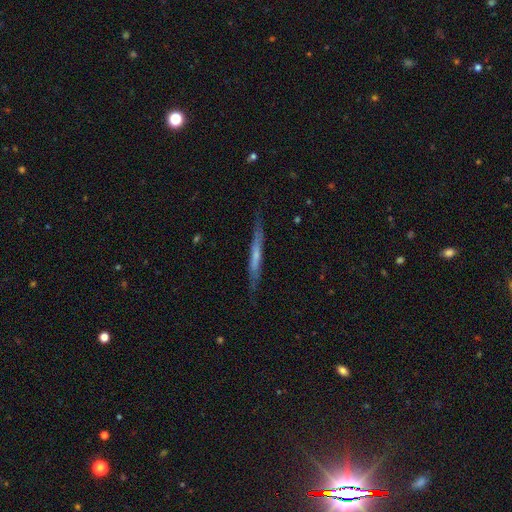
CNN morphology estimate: Smooth or featured: featured or disk — 56% (smooth — 38%)
Edge-on disk: yes — 92% (no — 8%)
Edge-on bulge: none — 73% (rounded — 18%)
Merging: none — 82% (minor disturbance — 14%)